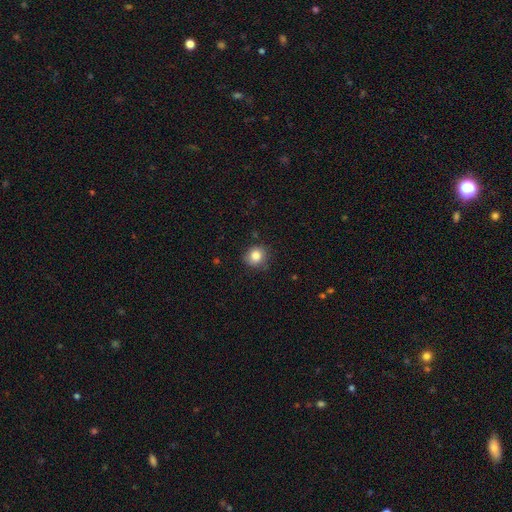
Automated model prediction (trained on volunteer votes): Overall: smooth (83%). How rounded: round (83%). Merging: none (78%).